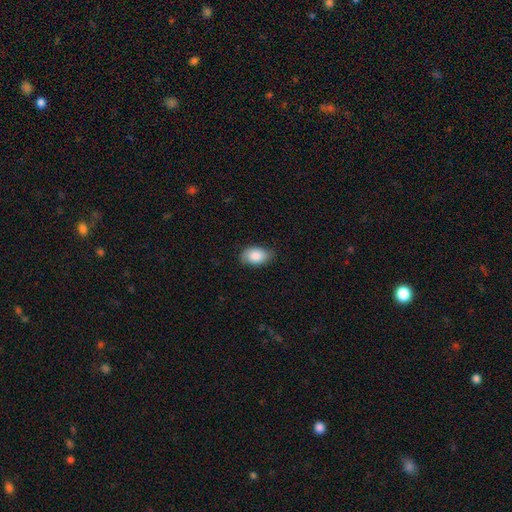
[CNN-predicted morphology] Smooth or featured: smooth — 86% (featured or disk — 8%)
How rounded: in between — 90% (round — 9%)
Merging: none — 76% (minor disturbance — 19%)